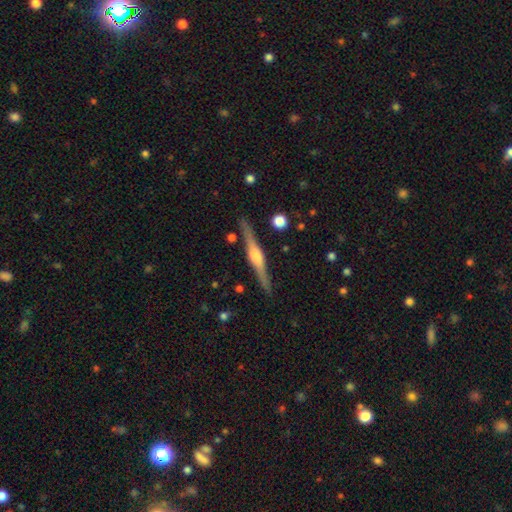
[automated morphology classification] type=featured or disk (81%); edge-on=yes (98%); edge-on bulge=rounded (84%); merging=none (89%).